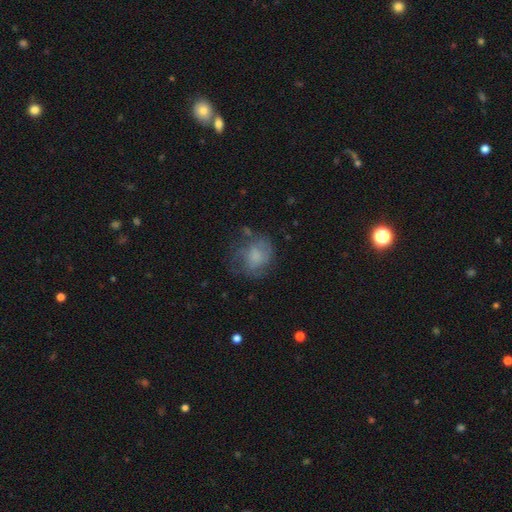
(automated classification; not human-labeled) Smooth or featured? smooth (52%)
How rounded? round (68%)
Merging? none (55%)